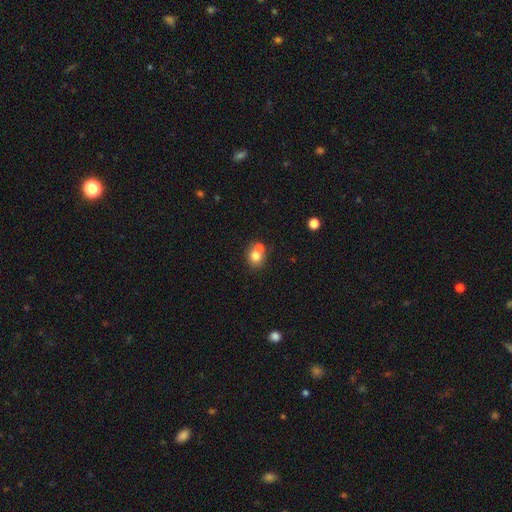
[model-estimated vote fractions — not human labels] Q: Smooth or featured?
A: smooth (75%); runner-up: featured or disk (14%)
Q: How rounded?
A: round (75%); runner-up: in between (24%)
Q: Merging?
A: merger (45%); runner-up: none (44%)